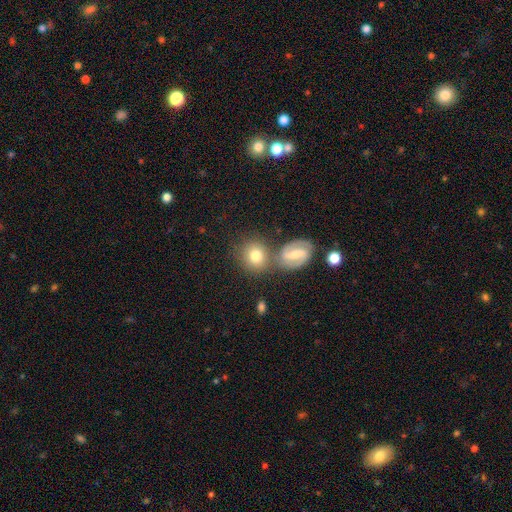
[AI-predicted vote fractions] Smooth or featured? Predicted: smooth (p=0.68). How rounded? Predicted: round (p=0.77). Merging? Predicted: none (p=0.59).